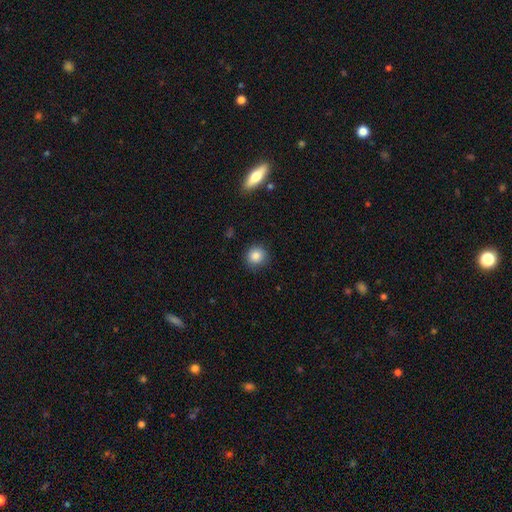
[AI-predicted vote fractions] This appears to be a smooth galaxy with no disk features (85%) that is round (91%). Merging: none (88%).